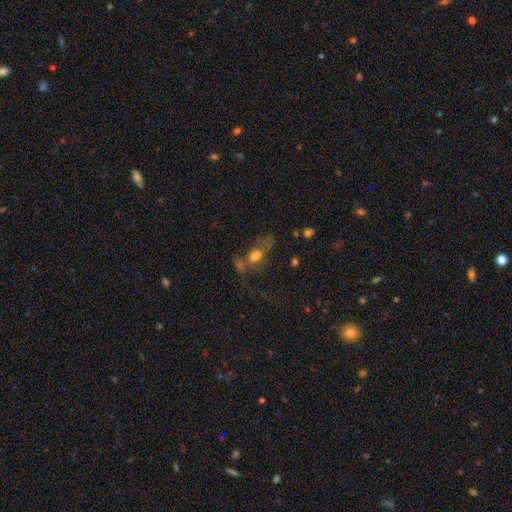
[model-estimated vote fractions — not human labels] Q: Smooth or featured?
A: smooth (57%); runner-up: featured or disk (25%)
Q: How rounded?
A: in between (62%); runner-up: round (30%)
Q: Merging?
A: none (32%); runner-up: merger (27%)